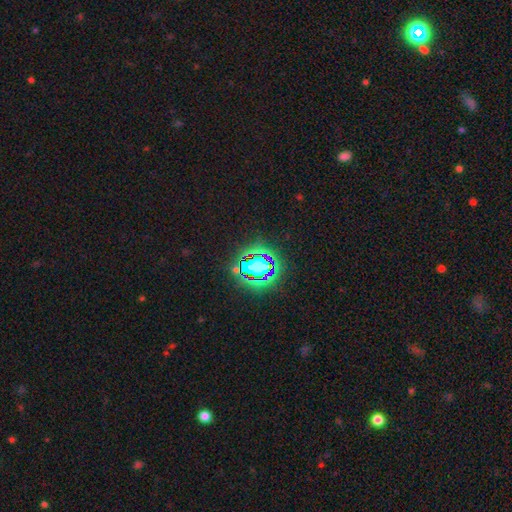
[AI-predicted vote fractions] This appears to be a star or artifact, not a galaxy (80%).